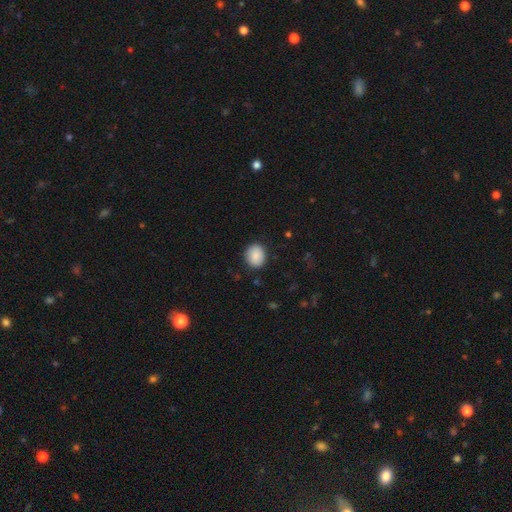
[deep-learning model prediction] A smooth galaxy with no disk features (89%) that is round (63%). Merging: none (87%).